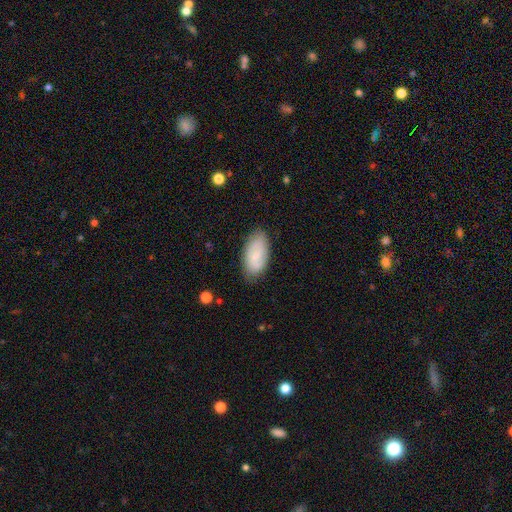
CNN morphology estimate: A smooth galaxy with no disk features (62%) that is in between round and cigar-shaped (93%).

Vote fractions:
- Smooth or featured? smooth: 62% / featured or disk: 32% / star or artifact: 7%
- How rounded? in between: 93% / cigar-shaped: 4% / round: 3%
- Merging? none: 80% / minor disturbance: 15% / major disturbance: 3% / merger: 1%